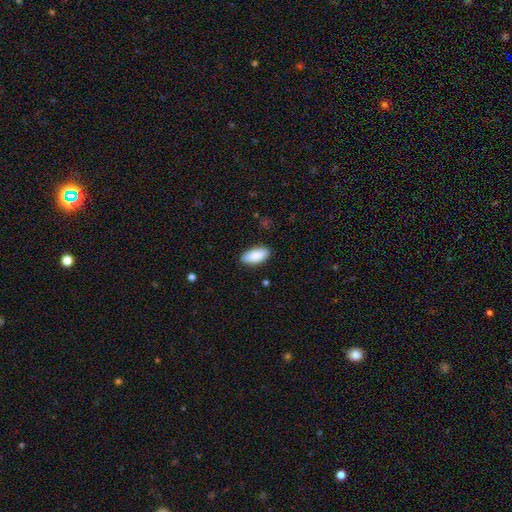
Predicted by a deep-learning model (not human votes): Smooth or featured? Predicted: smooth (p=0.88). How rounded? Predicted: in between (p=0.89). Merging? Predicted: none (p=0.88).